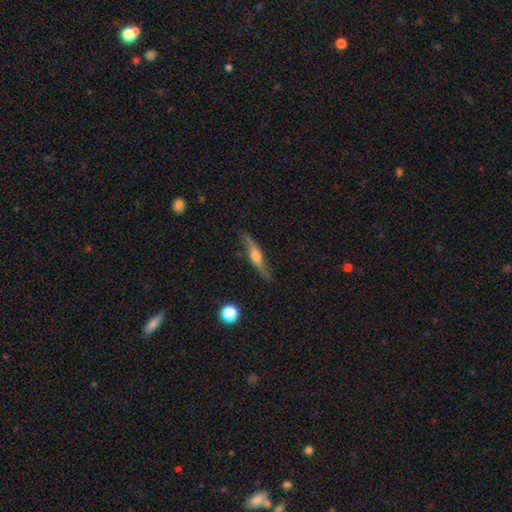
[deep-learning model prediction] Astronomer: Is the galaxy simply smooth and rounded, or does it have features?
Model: featured or disk — 69%.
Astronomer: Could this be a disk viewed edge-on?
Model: yes — 75%.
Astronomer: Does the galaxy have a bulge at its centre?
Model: rounded — 83%.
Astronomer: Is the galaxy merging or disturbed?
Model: none — 76%.